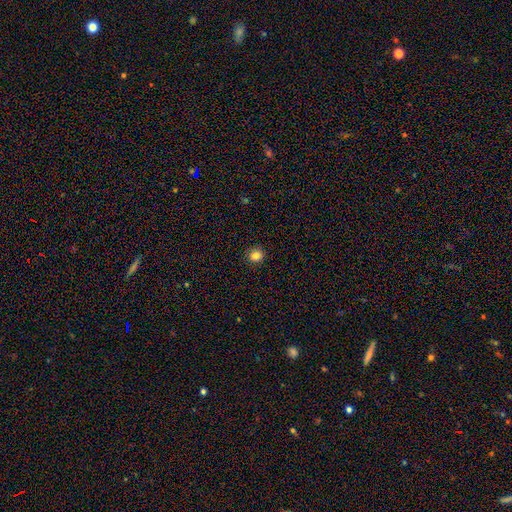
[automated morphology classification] smooth-or-featured: smooth: 84% | star or artifact: 12% | featured or disk: 4%
  how-rounded: round: 87% | in between: 12% | cigar-shaped: 1%
  merging: none: 89% | minor disturbance: 8% | major disturbance: 2% | merger: 1%